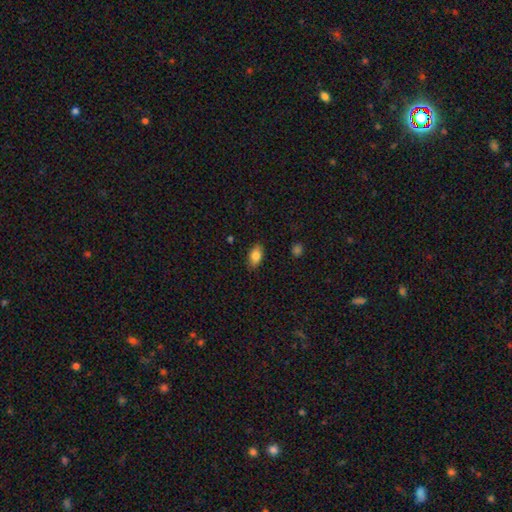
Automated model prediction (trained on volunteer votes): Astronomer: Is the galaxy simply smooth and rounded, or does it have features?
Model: smooth — 82%.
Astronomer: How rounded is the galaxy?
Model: in between — 90%.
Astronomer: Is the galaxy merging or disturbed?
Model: none — 86%.